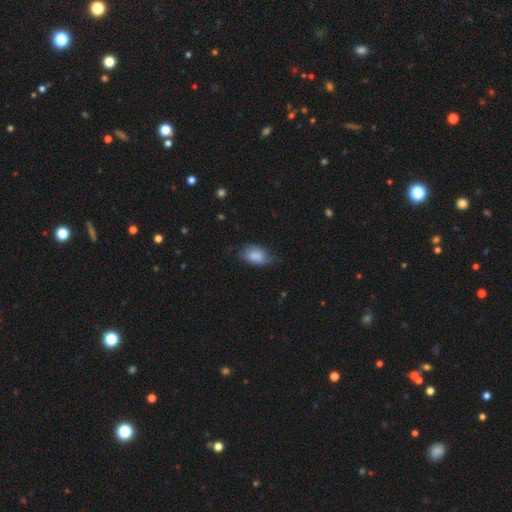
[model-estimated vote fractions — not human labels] Smooth or featured?
  - smooth: 78% *
  - featured or disk: 15%
  - star or artifact: 7%
How rounded?
  - in between: 90% *
  - round: 7%
  - cigar-shaped: 2%
Merging?
  - none: 51% *
  - minor disturbance: 36%
  - major disturbance: 11%
  - merger: 2%